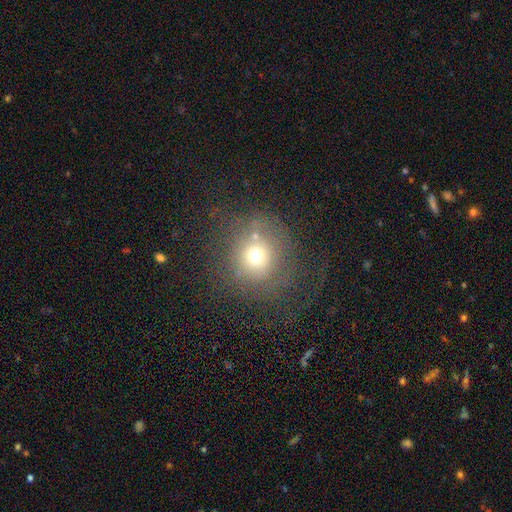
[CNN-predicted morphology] smooth_or_featured: smooth (p=0.62) [alt: featured or disk p=0.20]
how_rounded: round (p=0.88) [alt: in between p=0.11]
merging: none (p=0.63) [alt: major disturbance p=0.18]